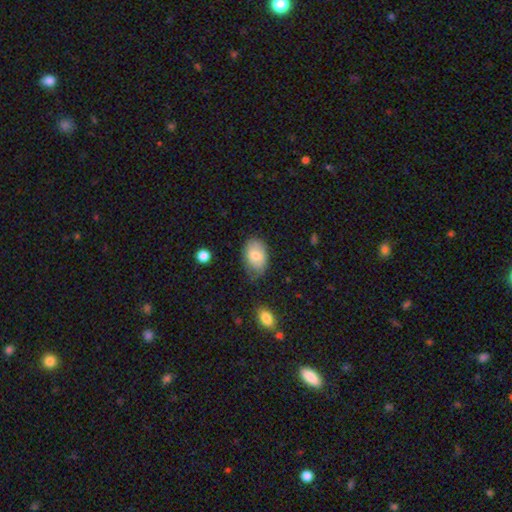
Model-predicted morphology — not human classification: Overall: smooth (75%). How rounded: in between (88%). Merging: none (63%; minor disturbance 28%).